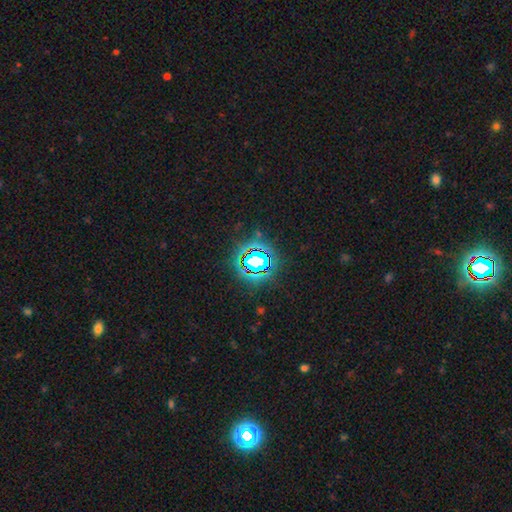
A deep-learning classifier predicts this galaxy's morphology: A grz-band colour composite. It shows a star or artifact, not a galaxy (81%).